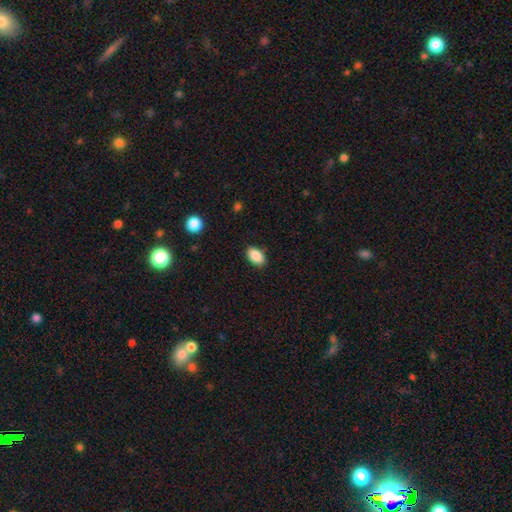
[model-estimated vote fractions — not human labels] This is clearly a smooth galaxy (88%). How rounded: clearly in between (92%). Merging: clearly none (87%).